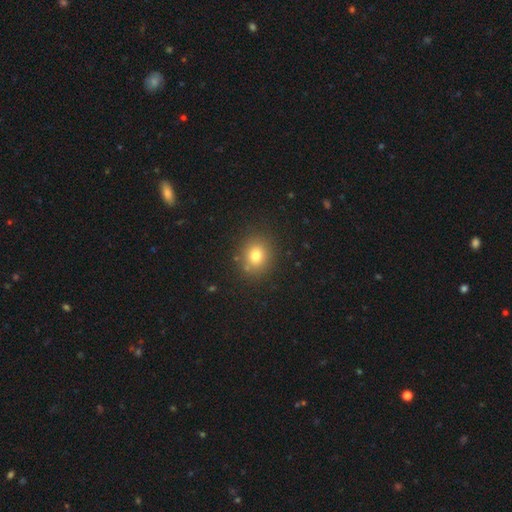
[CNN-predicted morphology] Smooth or featured: smooth — 77% (star or artifact — 14%)
How rounded: round — 70% (in between — 30%)
Merging: none — 85% (minor disturbance — 9%)